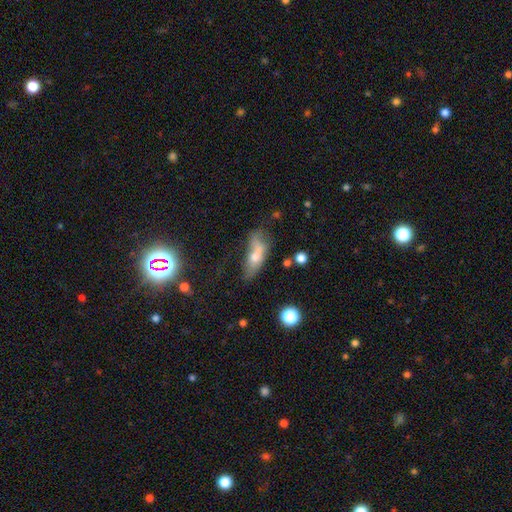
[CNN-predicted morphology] This appears to be a smooth galaxy with no disk features (53%) that is in between round and cigar-shaped (60%). Merging: none (33%).